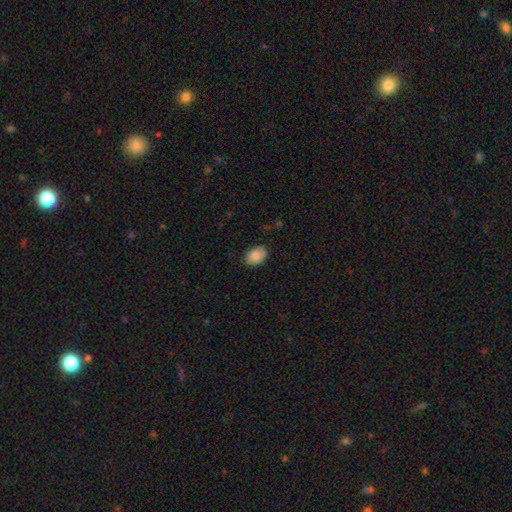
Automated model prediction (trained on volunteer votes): smooth 82%, featured or disk 11%, star or artifact 7%. Down the decision tree: how rounded — in between (84%); merging — none (79%).